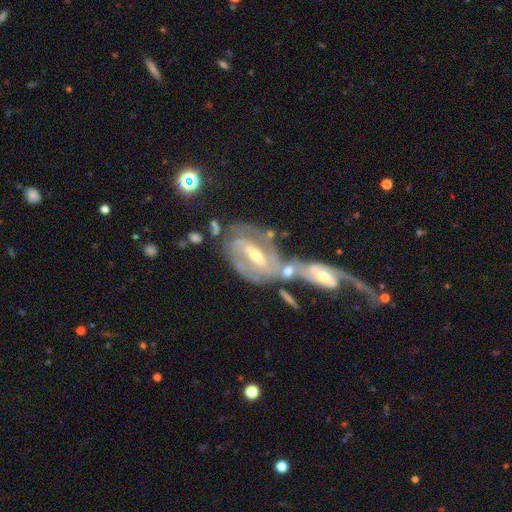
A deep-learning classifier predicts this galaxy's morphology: Smooth or featured? Predicted: featured or disk (p=0.83). Edge-on disk? Predicted: no (p=0.93). Bar? Predicted: strong (p=0.46). Spiral arms? Predicted: yes (p=0.86). Spiral winding? Predicted: tight (p=0.53). Spiral arm count? Predicted: 2 (p=0.49). Bulge size? Predicted: moderate (p=0.51). Merging? Predicted: merger (p=0.48).